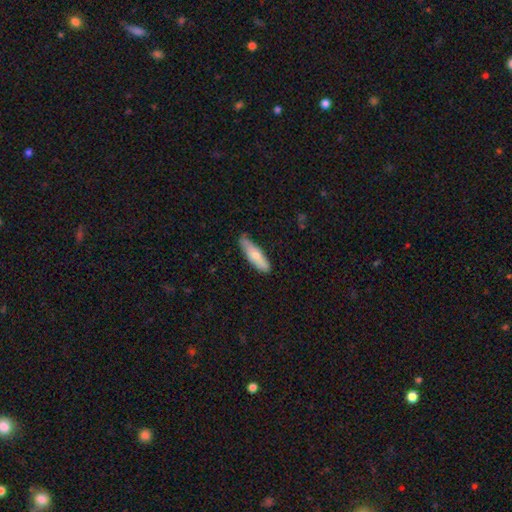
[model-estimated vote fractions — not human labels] A smooth galaxy with no disk features (76%) that is cigar-shaped (61%). Merging: none (71%).